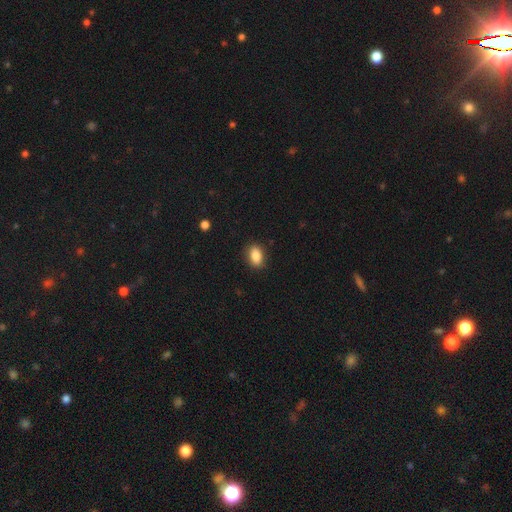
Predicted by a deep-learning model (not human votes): Smooth or featured?
  - smooth: 87% *
  - star or artifact: 8%
  - featured or disk: 5%
How rounded?
  - in between: 86% *
  - round: 12%
  - cigar-shaped: 2%
Merging?
  - none: 87% *
  - minor disturbance: 10%
  - major disturbance: 2%
  - merger: 1%